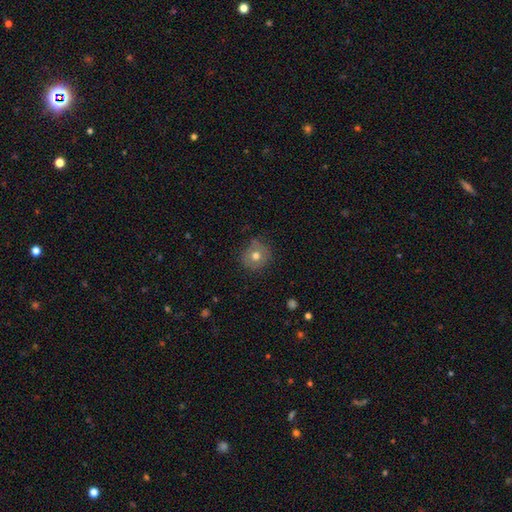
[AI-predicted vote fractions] This is likely a smooth galaxy (70%). How rounded: clearly round (89%). Merging: likely none (79%).